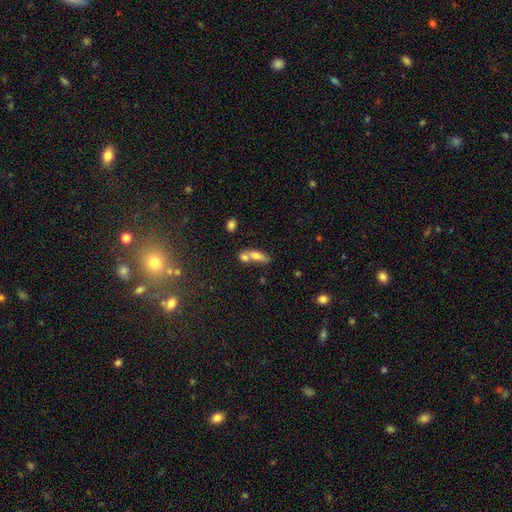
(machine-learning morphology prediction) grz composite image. It shows a smooth galaxy with no disk features (67%) that is in between round and cigar-shaped (53%). Merging: merger (45%).